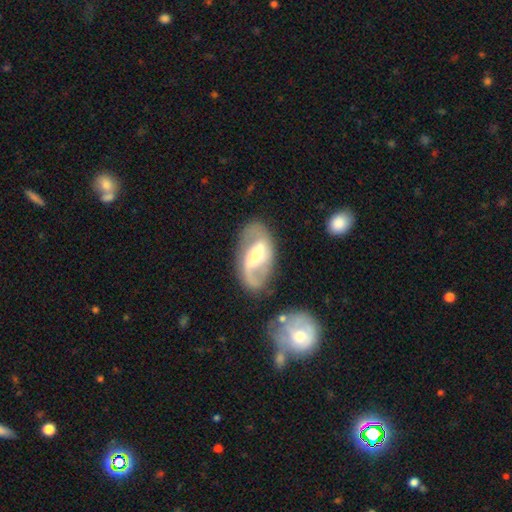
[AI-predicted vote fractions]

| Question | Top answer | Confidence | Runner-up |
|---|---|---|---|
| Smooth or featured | featured or disk | 81% | smooth (14%) |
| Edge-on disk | no | 95% | yes (5%) |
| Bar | strong | 44% | weak (37%) |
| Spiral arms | yes | 87% | no (13%) |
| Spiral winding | loose | 46% | medium (39%) |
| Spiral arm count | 2 | 88% | can't tell (5%) |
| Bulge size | moderate | 60% | small (30%) |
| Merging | none | 76% | minor disturbance (14%) |